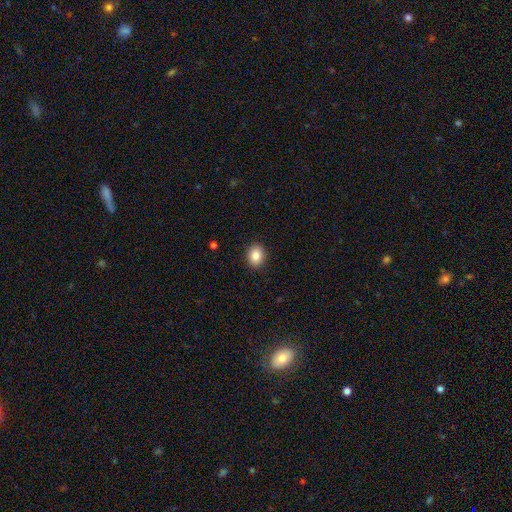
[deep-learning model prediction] Overall: smooth (86%). How rounded: in between (56%; round 43%). Merging: none (90%).